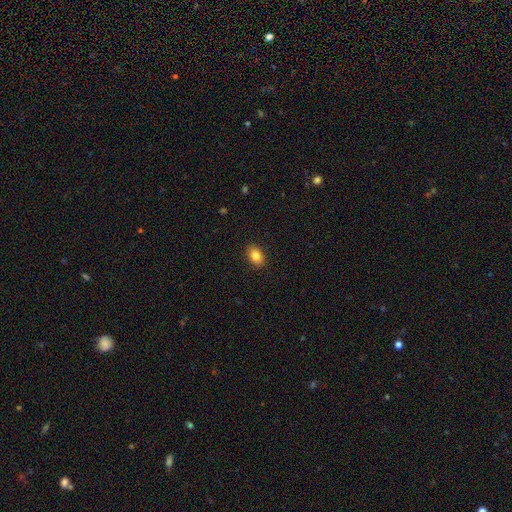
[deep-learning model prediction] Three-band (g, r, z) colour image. It shows a smooth galaxy with no disk features (84%) that is in between round and cigar-shaped (79%). Merging: none (90%).